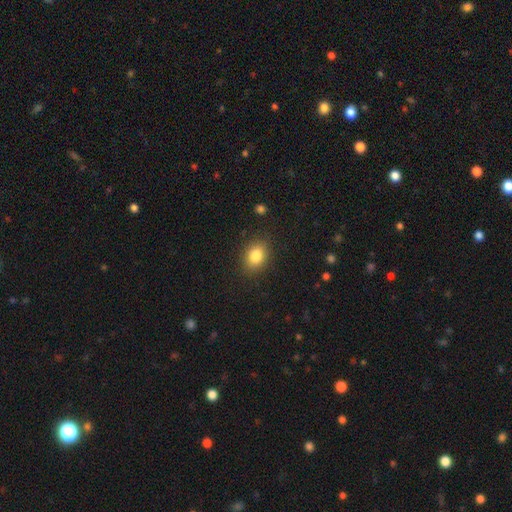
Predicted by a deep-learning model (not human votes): smooth 82%, star or artifact 10%, featured or disk 8%. Down the decision tree: how rounded — in between (64%); merging — none (87%).